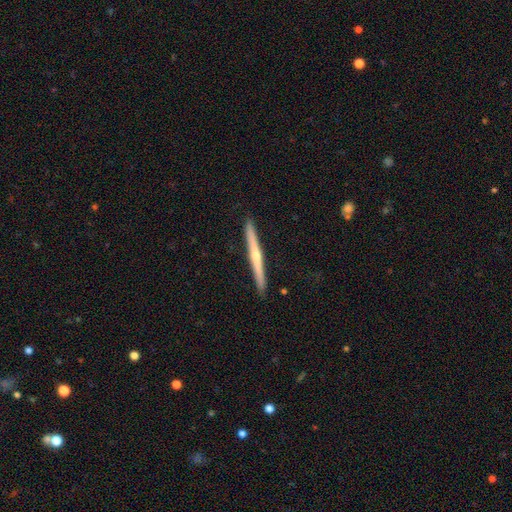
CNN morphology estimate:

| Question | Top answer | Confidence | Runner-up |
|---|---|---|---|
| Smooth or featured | featured or disk | 71% | smooth (24%) |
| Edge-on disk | yes | 98% | no (2%) |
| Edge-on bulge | rounded | 72% | none (24%) |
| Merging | none | 91% | minor disturbance (6%) |